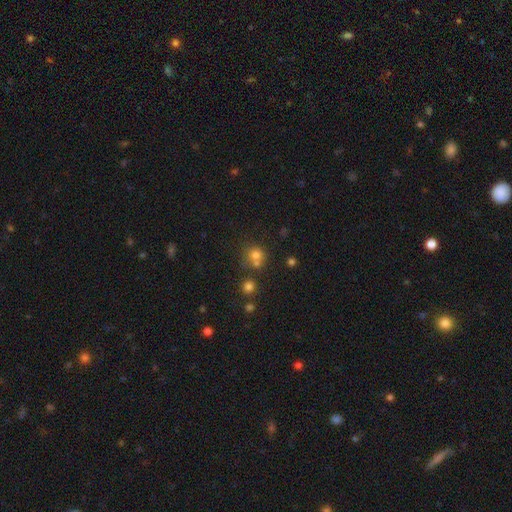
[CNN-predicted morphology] A smooth galaxy with no disk features (72%) that is round (86%). Merging: none (54%).